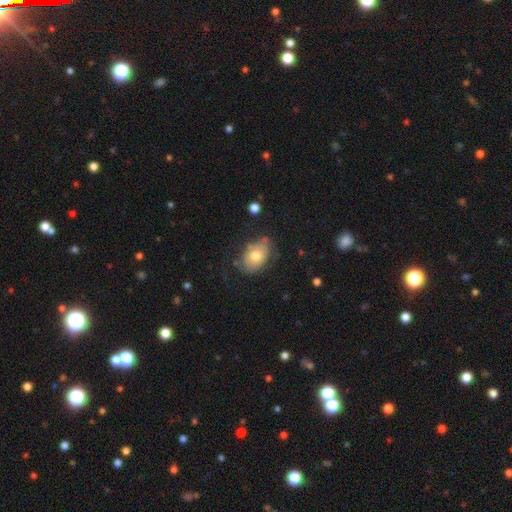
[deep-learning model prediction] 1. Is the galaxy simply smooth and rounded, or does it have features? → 65% smooth, 27% featured or disk, 7% star or artifact.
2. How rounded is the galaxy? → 83% in between, 16% round, 1% cigar-shaped.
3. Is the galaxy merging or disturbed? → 59% none, 26% minor disturbance, 12% major disturbance, 3% merger.